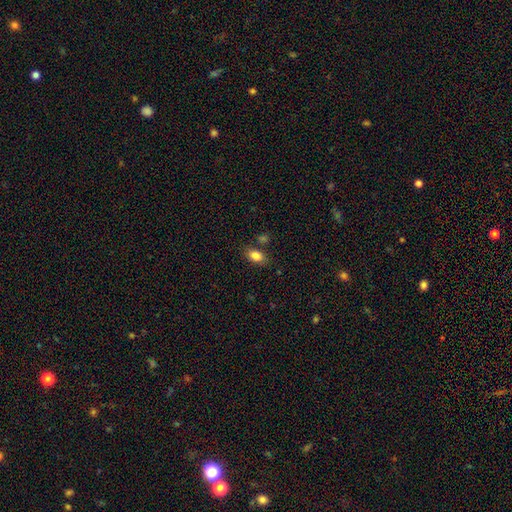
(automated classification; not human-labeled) This is clearly a smooth galaxy (85%). How rounded: clearly in between (87%). Merging: likely none (77%).